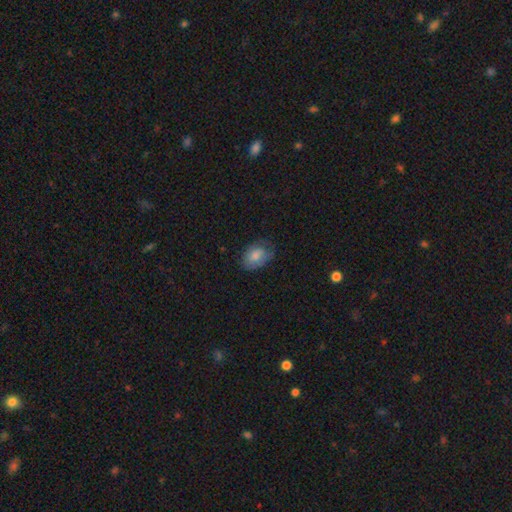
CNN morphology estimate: Overall: smooth (70%). How rounded: in between (82%). Merging: none (56%; minor disturbance 30%).